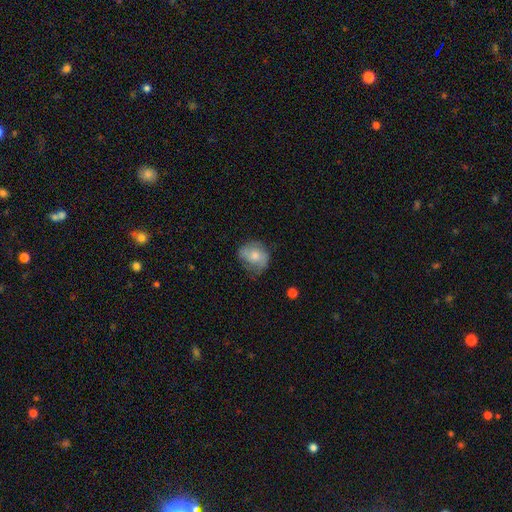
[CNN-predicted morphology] Overall: smooth (48%; featured or disk 43%). Merging: none (60%; minor disturbance 27%).